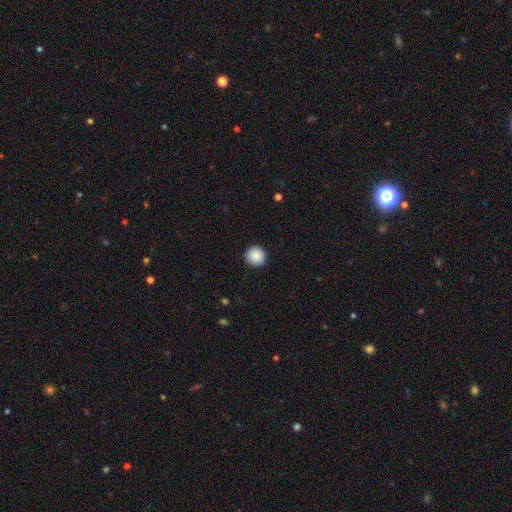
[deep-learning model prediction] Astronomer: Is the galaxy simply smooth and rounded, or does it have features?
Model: smooth — 88%.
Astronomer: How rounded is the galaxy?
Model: round — 96%.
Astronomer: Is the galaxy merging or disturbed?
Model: none — 92%.